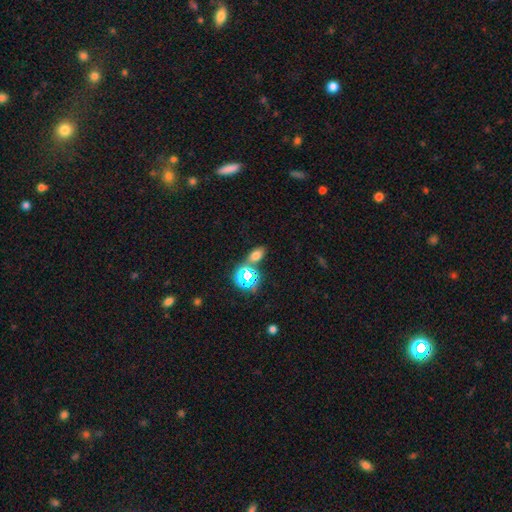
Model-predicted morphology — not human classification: This is likely a smooth galaxy (61%). How rounded: clearly in between (82%). Merging: likely none (72%).